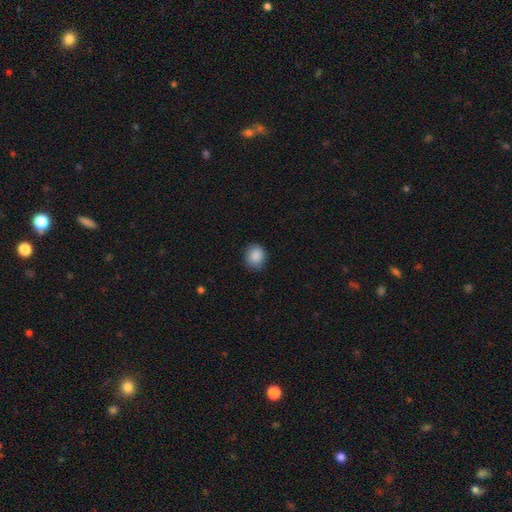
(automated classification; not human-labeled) This appears to be a smooth galaxy with no disk features (88%) that is round (69%). Merging: none (83%).